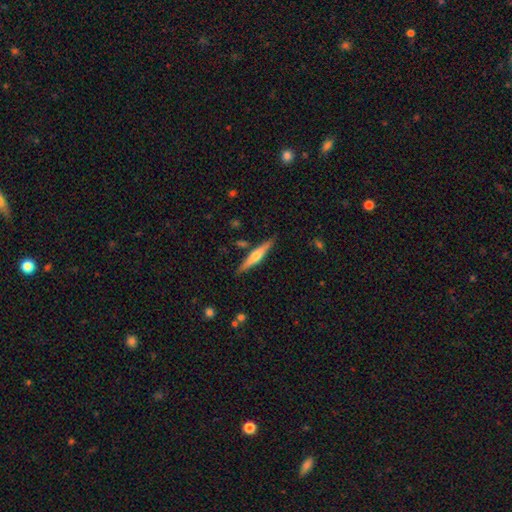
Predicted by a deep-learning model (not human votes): Smooth or featured? featured or disk (56%)
Edge-on disk? yes (96%)
Edge-on bulge? rounded (84%)
Merging? none (86%)